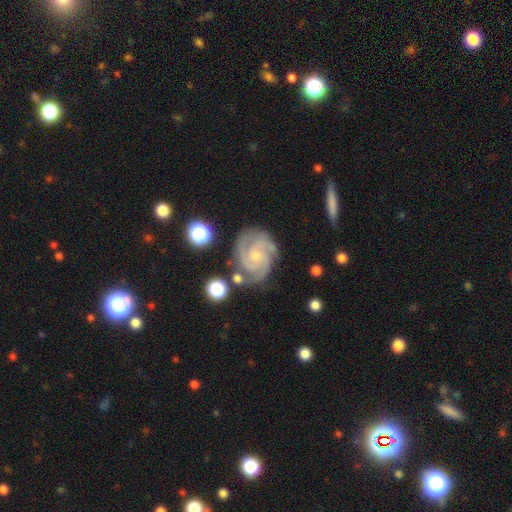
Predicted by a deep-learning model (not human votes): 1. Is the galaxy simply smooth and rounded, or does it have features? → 91% featured or disk, 5% star or artifact, 4% smooth.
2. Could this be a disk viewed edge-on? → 98% no, 2% yes.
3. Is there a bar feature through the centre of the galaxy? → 70% no, 24% weak, 6% strong.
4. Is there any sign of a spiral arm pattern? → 99% yes, 1% no.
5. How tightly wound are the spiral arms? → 61% tight, 35% medium, 4% loose.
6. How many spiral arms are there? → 56% 3, 23% 4, 8% 2, 6% can't tell, 4% more than 4, 4% 1.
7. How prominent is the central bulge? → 74% small, 22% moderate, 3% none, 1% large, 1% dominant.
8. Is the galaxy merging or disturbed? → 76% none, 16% minor disturbance, 5% major disturbance, 3% merger.